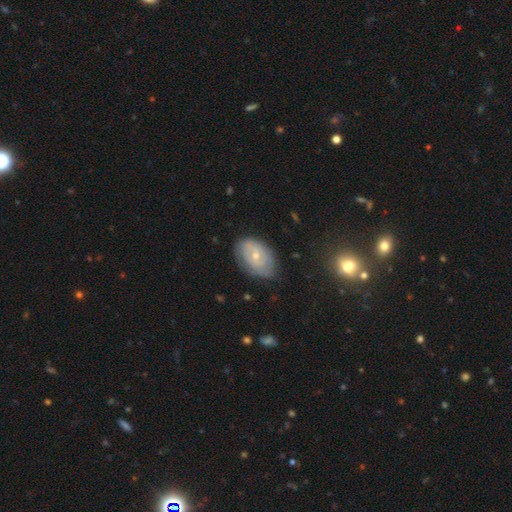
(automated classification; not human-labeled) The model was most divided on "spiral arms": yes: 56%, no: 44%. More confident: edge-on disk — no (94%); merging — none (70%); bar — no (69%); bulge size — small (61%); smooth or featured — featured or disk (53%).